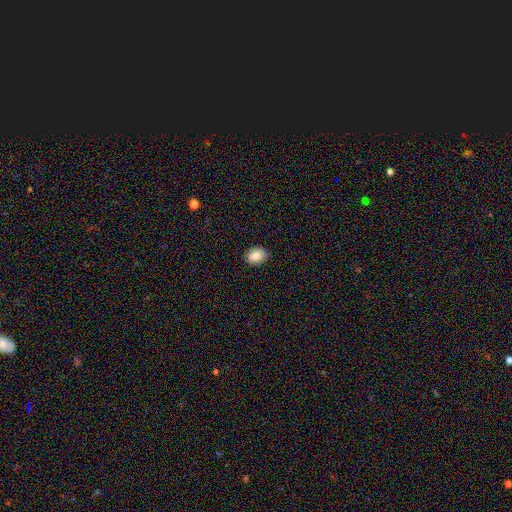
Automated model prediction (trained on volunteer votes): smooth_or_featured: smooth (p=0.88) [alt: star or artifact p=0.08]
how_rounded: in between (p=0.70) [alt: round p=0.29]
merging: none (p=0.86) [alt: minor disturbance p=0.11]